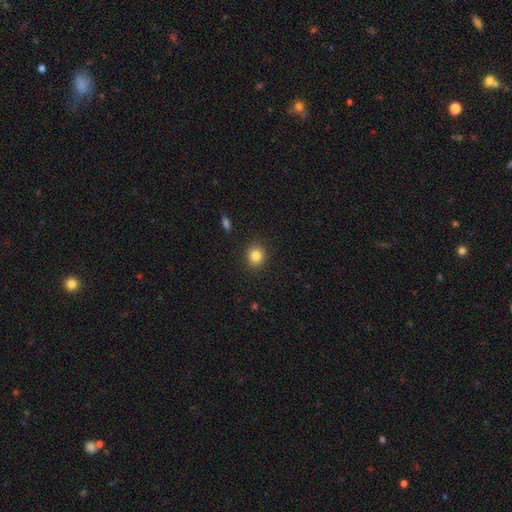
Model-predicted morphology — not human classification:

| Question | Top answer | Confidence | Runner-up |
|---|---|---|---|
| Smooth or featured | smooth | 84% | star or artifact (10%) |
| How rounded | round | 78% | in between (21%) |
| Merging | none | 90% | minor disturbance (7%) |